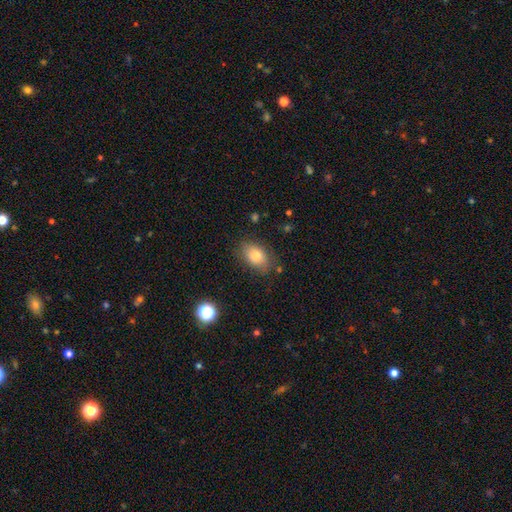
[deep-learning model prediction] smooth-or-featured: smooth: 81% | featured or disk: 10% | star or artifact: 9%
  how-rounded: in between: 85% | round: 13% | cigar-shaped: 2%
  merging: none: 77% | minor disturbance: 16% | major disturbance: 4% | merger: 2%